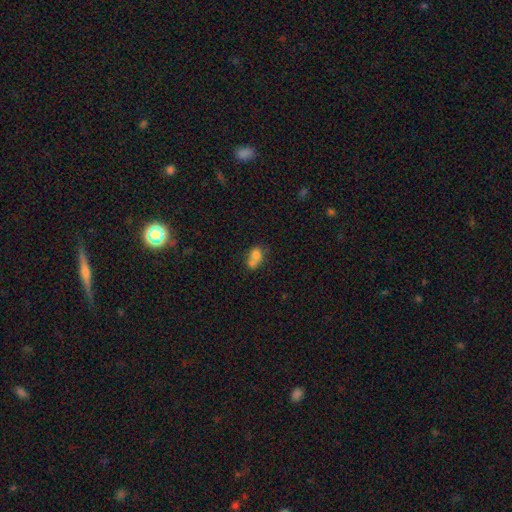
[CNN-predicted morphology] type=smooth (72%); roundness=in between (54%); merging=merger (62%).